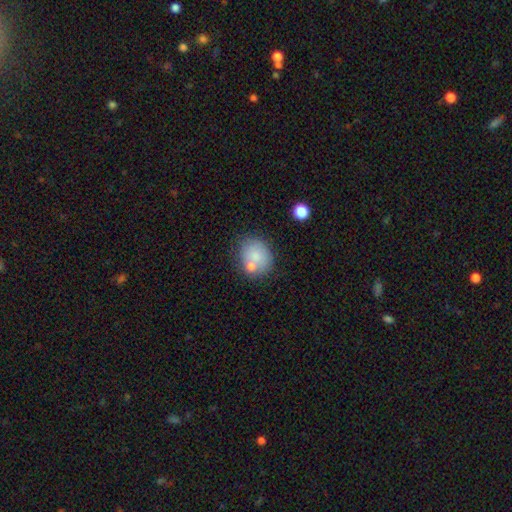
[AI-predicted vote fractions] This appears to be a smooth galaxy with no disk features (75%) that is round (70%). Merging: none (57%).